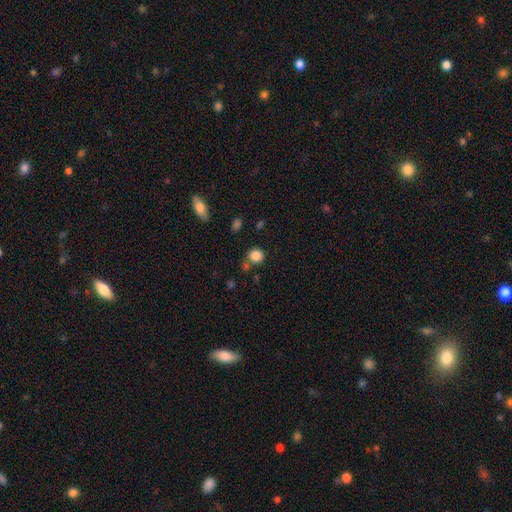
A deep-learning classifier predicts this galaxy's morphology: smooth_or_featured: smooth (p=0.85) [alt: star or artifact p=0.11]
how_rounded: round (p=0.87) [alt: in between p=0.12]
merging: none (p=0.72) [alt: merger p=0.12]